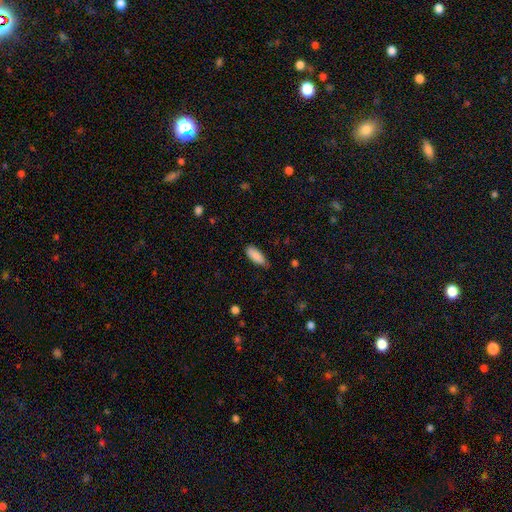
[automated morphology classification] The model was most divided on "merging": none: 73%, minor disturbance: 23%, major disturbance: 3%, merger: 1%. More confident: smooth or featured — smooth (88%); how rounded — in between (81%).